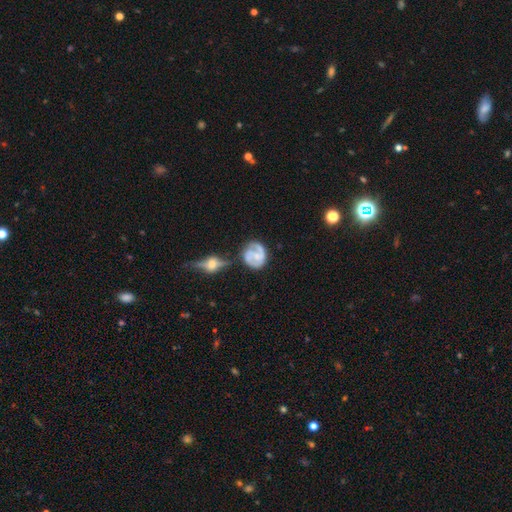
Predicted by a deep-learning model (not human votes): A featured or disk galaxy (66%) with no bar (60%), spiral arms (79%) and a small central bulge (51%). Merging: none (50%).